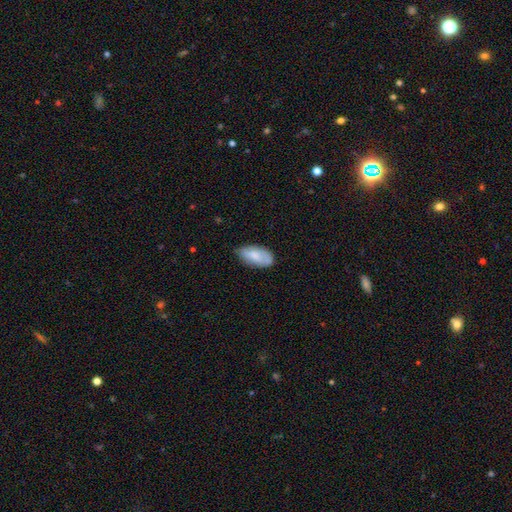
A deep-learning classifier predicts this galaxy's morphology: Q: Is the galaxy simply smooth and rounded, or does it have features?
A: smooth — 76%.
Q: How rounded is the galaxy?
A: in between — 93%.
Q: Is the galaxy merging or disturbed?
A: none — 63%.